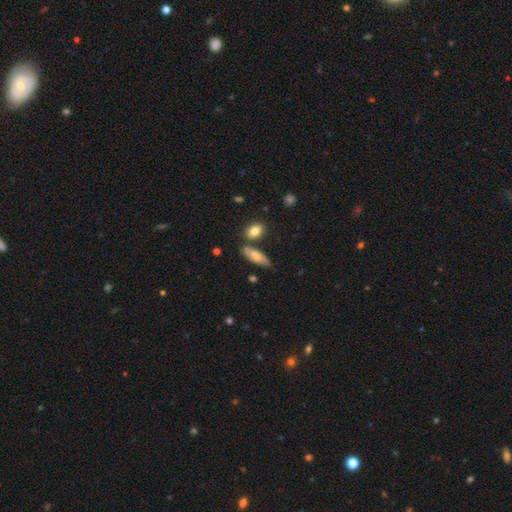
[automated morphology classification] type=smooth (71%); roundness=in between (59%); merging=none (69%).